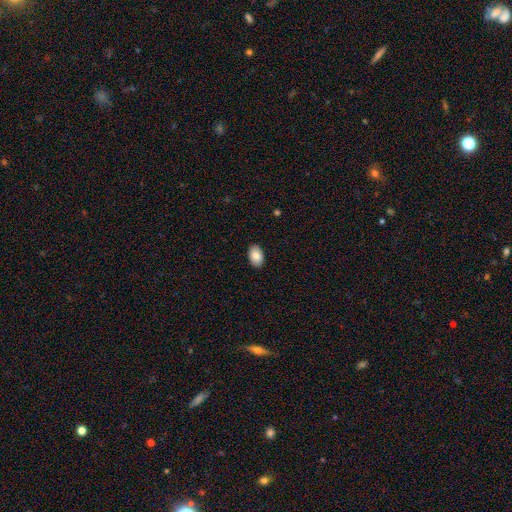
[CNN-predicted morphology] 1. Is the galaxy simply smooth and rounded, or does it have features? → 83% smooth, 10% featured or disk, 7% star or artifact.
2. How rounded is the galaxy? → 91% in between, 8% round, 1% cigar-shaped.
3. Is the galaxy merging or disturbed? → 89% none, 8% minor disturbance, 2% major disturbance, 1% merger.